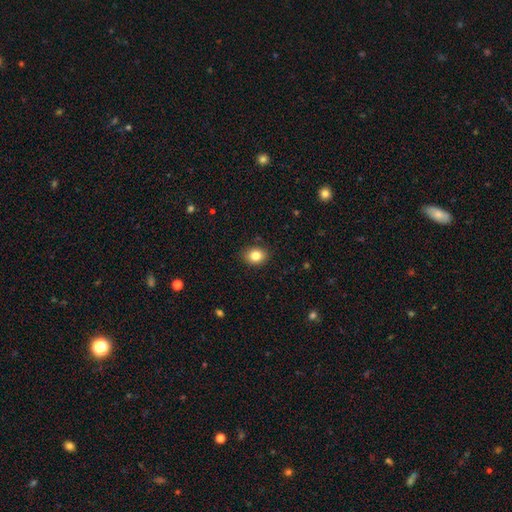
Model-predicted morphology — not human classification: The model was most divided on "how rounded": in between: 50%, round: 49%, cigar-shaped: 1%. More confident: merging — none (87%); smooth or featured — smooth (83%).